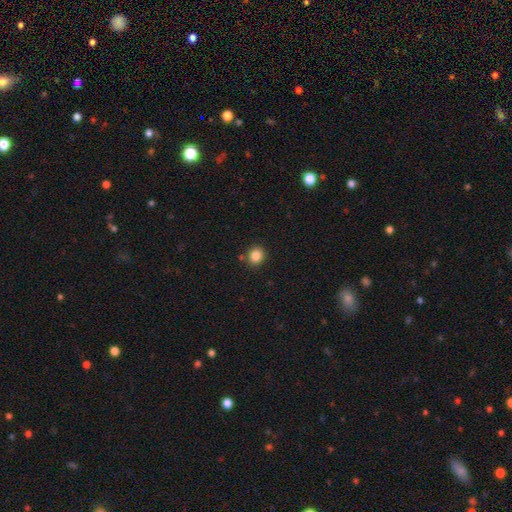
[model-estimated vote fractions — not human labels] Overall: smooth (85%). How rounded: round (81%). Merging: none (84%).